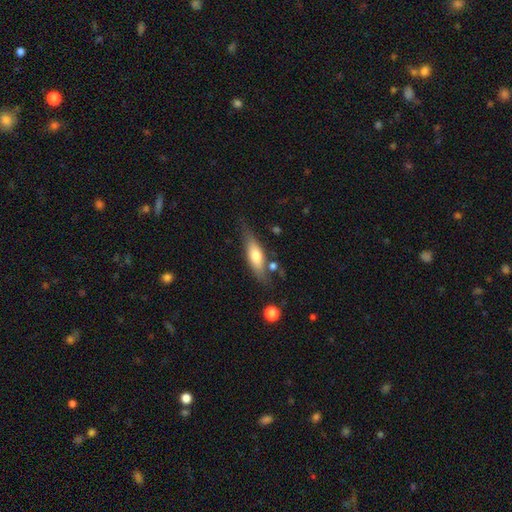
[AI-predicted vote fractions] smooth 57%, featured or disk 37%, star or artifact 6%. Down the decision tree: how rounded — in between (49%); merging — none (67%).